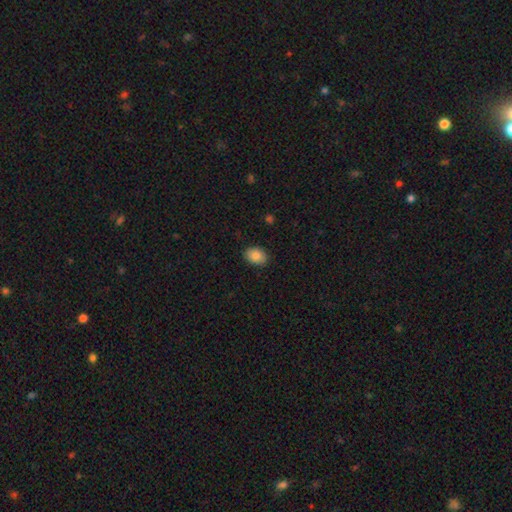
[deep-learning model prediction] Morphology: type=smooth (87%); roundness=in between (72%); merging=none (88%).